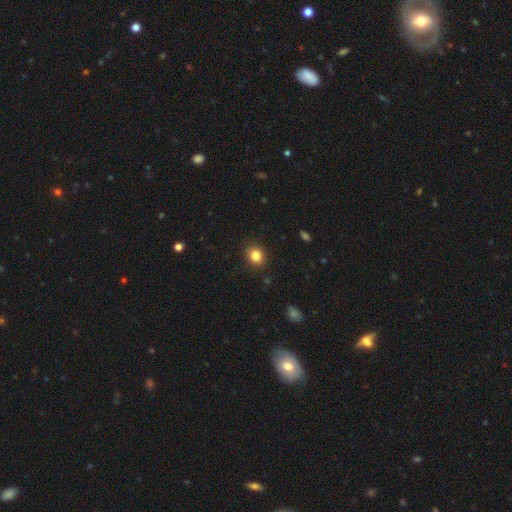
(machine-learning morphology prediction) Smooth or featured? smooth (84%)
How rounded? round (59%)
Merging? none (87%)